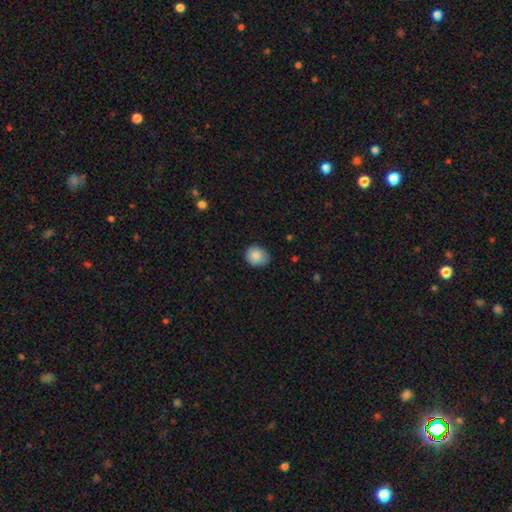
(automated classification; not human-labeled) A smooth galaxy with no disk features (86%) that is round (69%).

Vote fractions:
- Smooth or featured? smooth: 86% / star or artifact: 8% / featured or disk: 6%
- How rounded? round: 69% / in between: 30% / cigar-shaped: 1%
- Merging? none: 74% / minor disturbance: 22% / major disturbance: 3% / merger: 1%